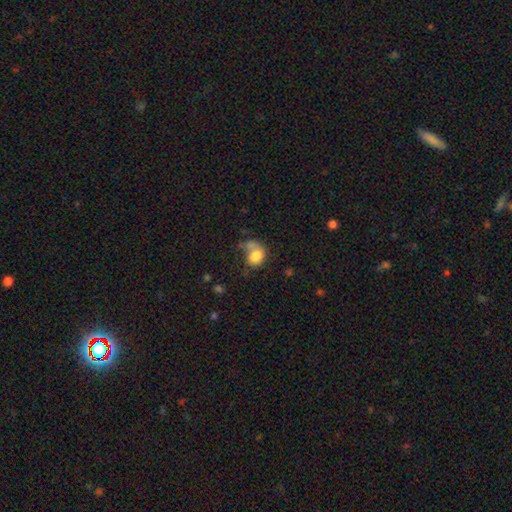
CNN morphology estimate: Smooth or featured? smooth (78%)
How rounded? in between (50%)
Merging? none (33%)